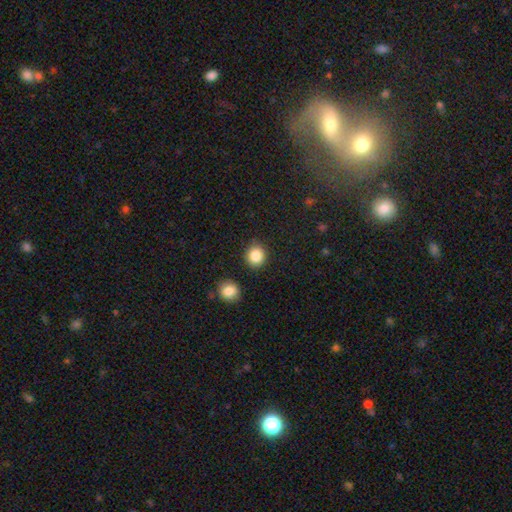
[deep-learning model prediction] Smooth or featured?
  - smooth: 87% *
  - star or artifact: 9%
  - featured or disk: 4%
How rounded?
  - round: 83% *
  - in between: 16%
  - cigar-shaped: 1%
Merging?
  - none: 86% *
  - minor disturbance: 8%
  - merger: 3%
  - major disturbance: 2%